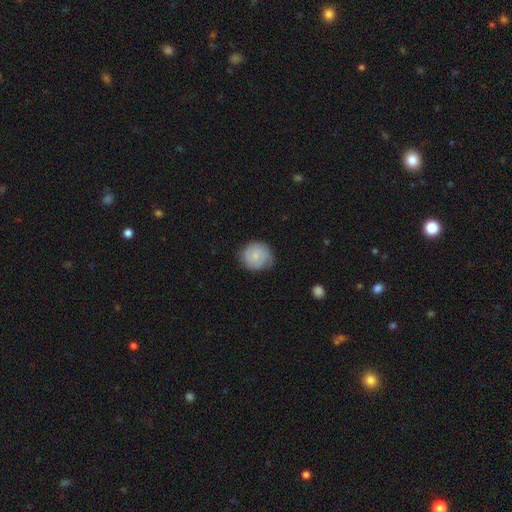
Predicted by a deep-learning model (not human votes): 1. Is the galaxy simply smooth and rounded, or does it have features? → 55% smooth, 38% featured or disk, 7% star or artifact.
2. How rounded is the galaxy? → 87% round, 12% in between, 1% cigar-shaped.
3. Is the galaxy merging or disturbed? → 73% none, 21% minor disturbance, 5% major disturbance, 1% merger.